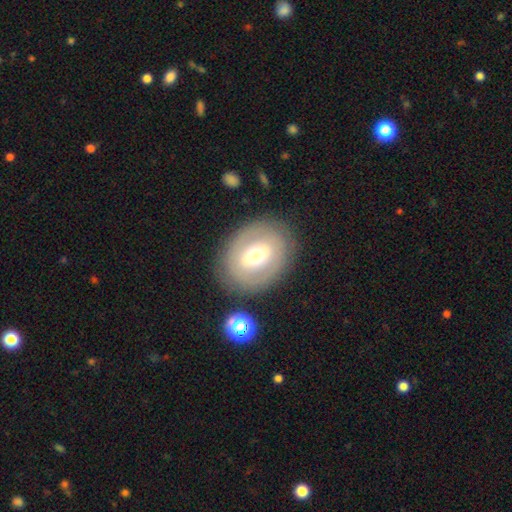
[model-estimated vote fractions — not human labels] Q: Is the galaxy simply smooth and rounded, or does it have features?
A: featured or disk — 51%.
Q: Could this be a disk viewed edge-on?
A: no — 93%.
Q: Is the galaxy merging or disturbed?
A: none — 82%.